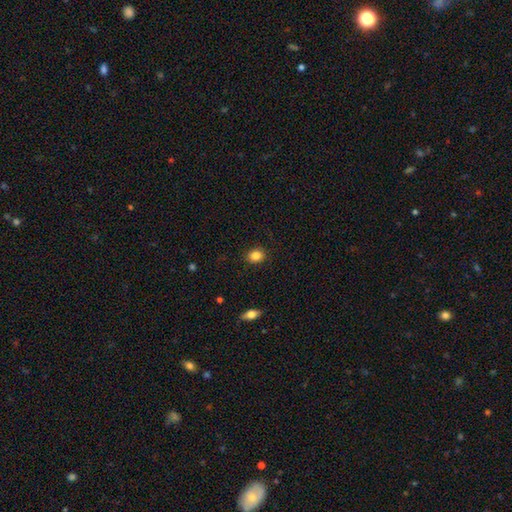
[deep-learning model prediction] A smooth galaxy with no disk features (85%) that is round (56%).

Vote fractions:
- Smooth or featured? smooth: 85% / star or artifact: 10% / featured or disk: 5%
- How rounded? round: 56% / in between: 43% / cigar-shaped: 1%
- Merging? none: 89% / minor disturbance: 8% / major disturbance: 2% / merger: 1%